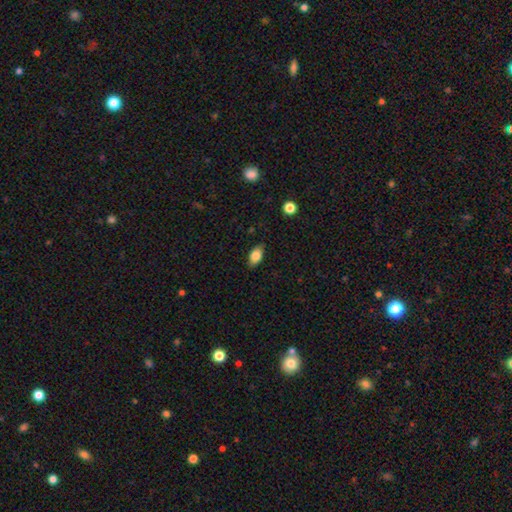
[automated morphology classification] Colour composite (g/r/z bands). It shows a smooth galaxy with no disk features (81%) that is in between round and cigar-shaped (89%). Merging: none (84%).